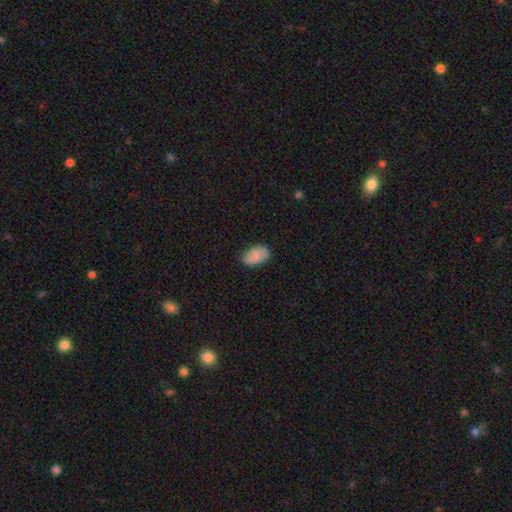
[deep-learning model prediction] A smooth galaxy with no disk features (77%) that is in between round and cigar-shaped (90%).

Vote fractions:
- Smooth or featured? smooth: 77% / featured or disk: 15% / star or artifact: 8%
- How rounded? in between: 90% / round: 8% / cigar-shaped: 1%
- Merging? none: 68% / minor disturbance: 25% / major disturbance: 5% / merger: 1%